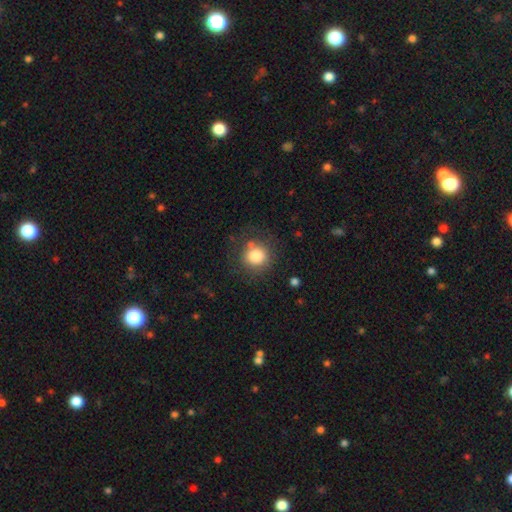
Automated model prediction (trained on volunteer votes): Smooth or featured? Predicted: smooth (p=0.81). How rounded? Predicted: round (p=0.91). Merging? Predicted: none (p=0.72).